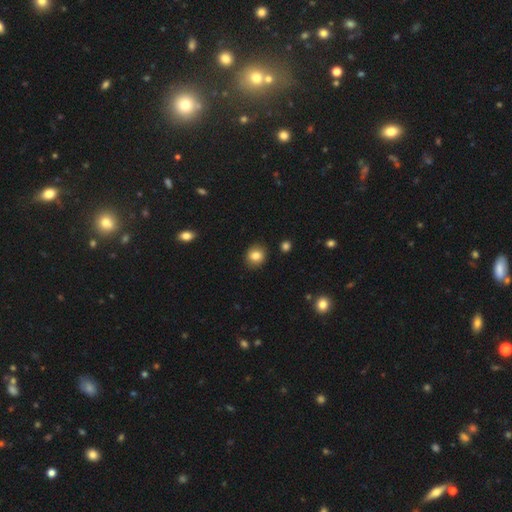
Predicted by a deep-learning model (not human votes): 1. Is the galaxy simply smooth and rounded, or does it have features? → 83% smooth, 10% star or artifact, 7% featured or disk.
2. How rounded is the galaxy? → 78% round, 21% in between, 1% cigar-shaped.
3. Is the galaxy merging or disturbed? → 88% none, 8% minor disturbance, 2% major disturbance, 1% merger.